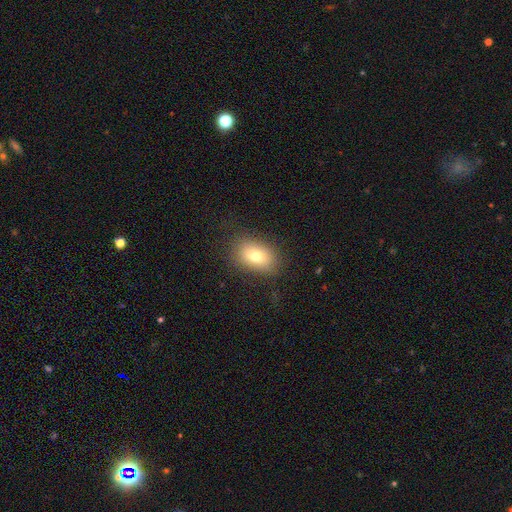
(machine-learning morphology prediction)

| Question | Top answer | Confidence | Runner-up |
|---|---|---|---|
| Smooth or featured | smooth | 75% | featured or disk (14%) |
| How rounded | in between | 80% | round (19%) |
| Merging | none | 82% | minor disturbance (12%) |